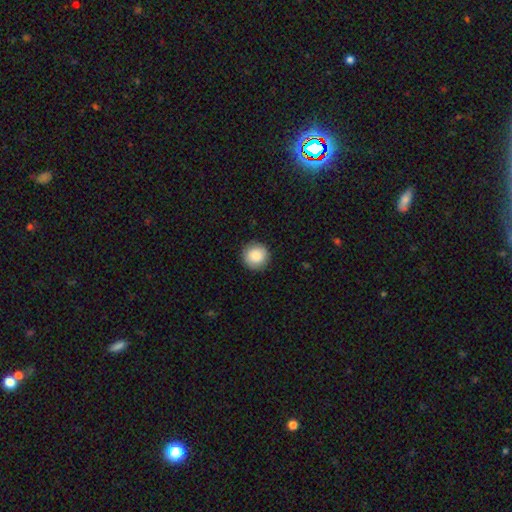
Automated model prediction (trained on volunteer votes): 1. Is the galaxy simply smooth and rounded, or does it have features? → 87% smooth, 7% star or artifact, 6% featured or disk.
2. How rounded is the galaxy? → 95% round, 4% in between, 1% cigar-shaped.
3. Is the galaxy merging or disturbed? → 90% none, 7% minor disturbance, 2% major disturbance, 1% merger.